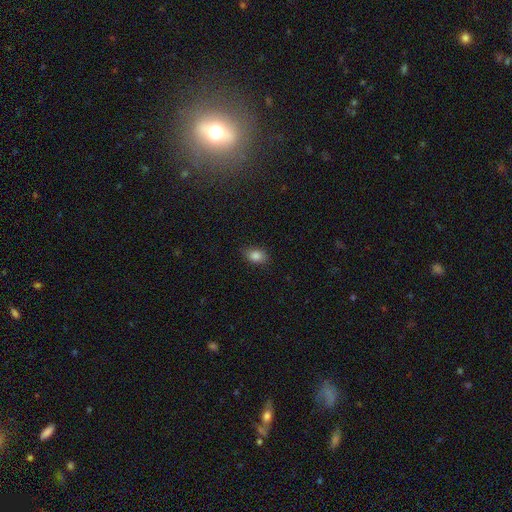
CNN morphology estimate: Smooth or featured?
  - smooth: 84% *
  - star or artifact: 10%
  - featured or disk: 6%
How rounded?
  - in between: 82% *
  - round: 16%
  - cigar-shaped: 2%
Merging?
  - none: 82% *
  - minor disturbance: 14%
  - major disturbance: 3%
  - merger: 1%